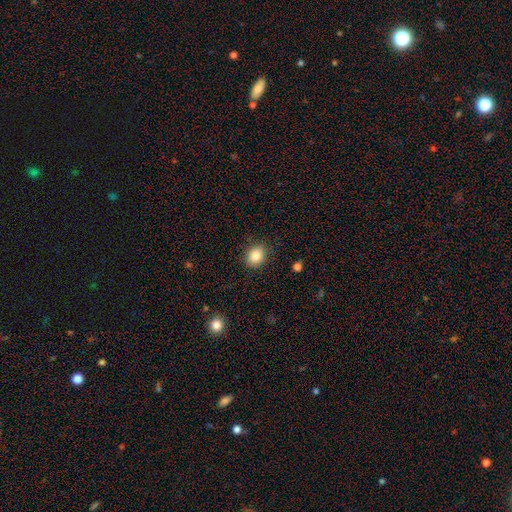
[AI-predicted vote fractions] This is clearly a smooth galaxy (85%). How rounded: possibly round (55%). Merging: clearly none (87%).